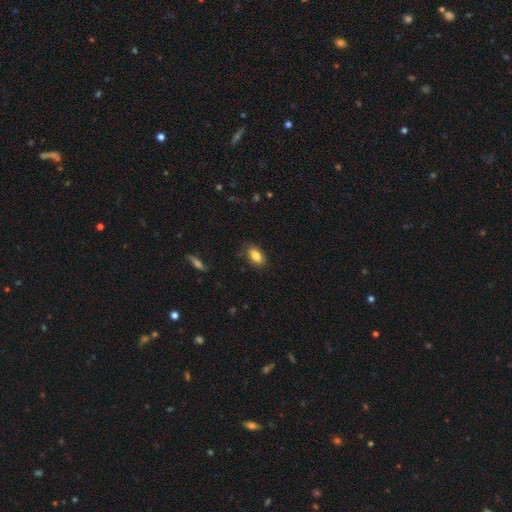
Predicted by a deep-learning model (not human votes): A smooth galaxy with no disk features (84%) that is in between round and cigar-shaped (90%). Merging: none (80%).